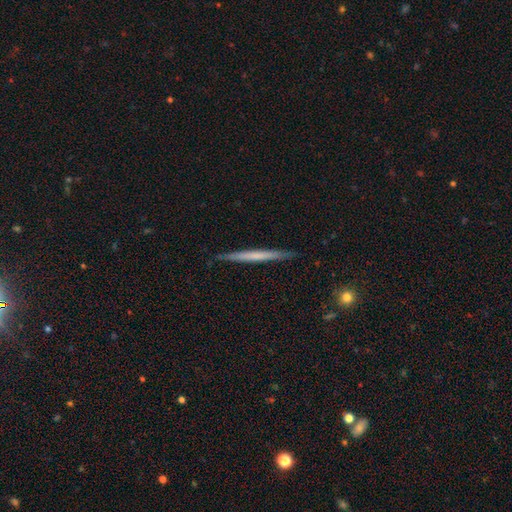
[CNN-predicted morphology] A smooth galaxy with no disk features (48%). Merging: none (91%).